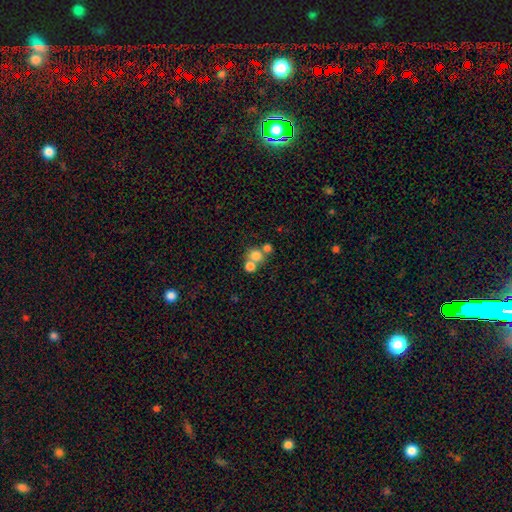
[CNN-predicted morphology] This appears to be a smooth galaxy with no disk features (74%) that is round (82%). Merging: merger (48%).